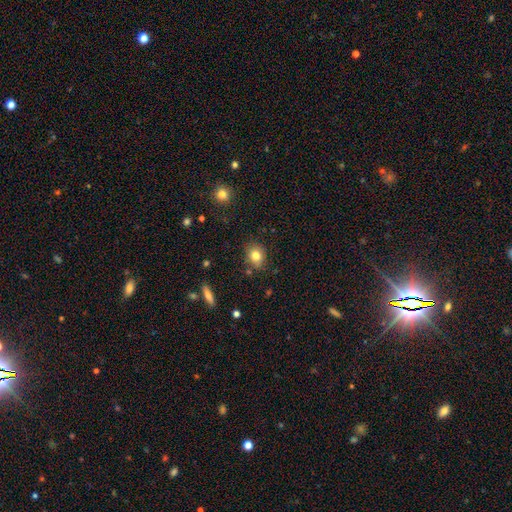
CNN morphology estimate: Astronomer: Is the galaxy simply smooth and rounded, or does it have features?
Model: smooth — 80%.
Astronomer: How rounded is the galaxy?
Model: round — 57% (runner-up: in between, 41%).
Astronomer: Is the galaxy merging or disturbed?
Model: none — 80%.